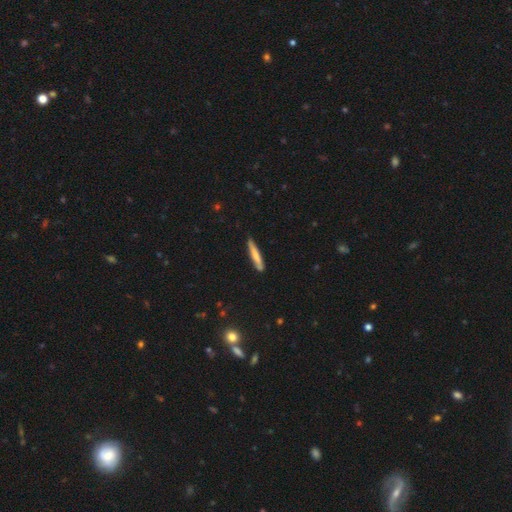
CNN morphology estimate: This is likely a smooth galaxy (66%). How rounded: clearly cigar-shaped (94%). Merging: clearly none (84%).